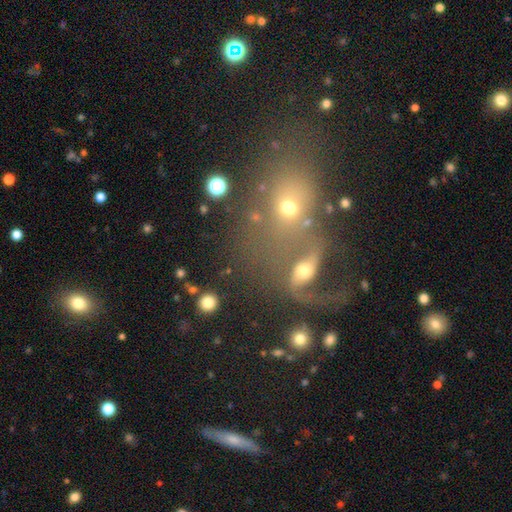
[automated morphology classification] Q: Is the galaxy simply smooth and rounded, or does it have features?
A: smooth — 42%.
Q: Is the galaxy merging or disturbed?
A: merger — 60%.